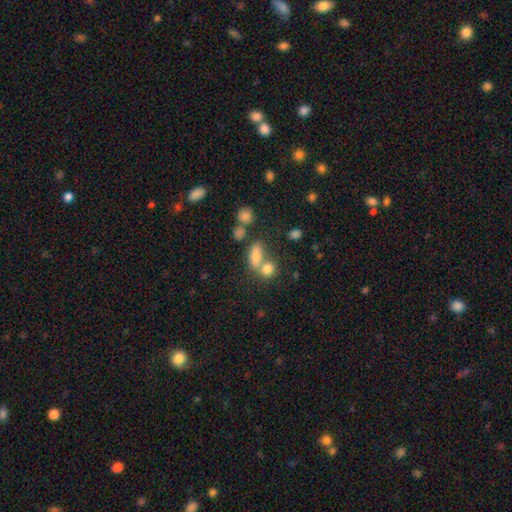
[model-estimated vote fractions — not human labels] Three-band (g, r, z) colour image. It shows a smooth galaxy with no disk features (77%) that is in between round and cigar-shaped (75%). Merging: merger (42%).